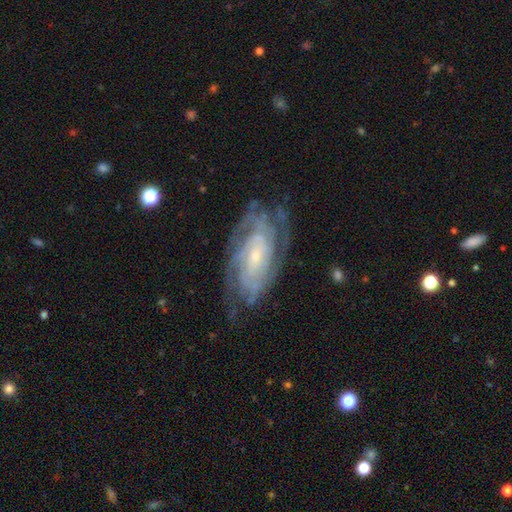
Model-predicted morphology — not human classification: Overall: featured or disk (86%). Edge-on disk: no (94%). Bar: no (59%; weak 32%). Spiral arms: yes (96%). Spiral arm count: can't tell (37%; 2 18%). Spiral winding: tight (72%). Bulge size: small (72%). Merging: none (72%).